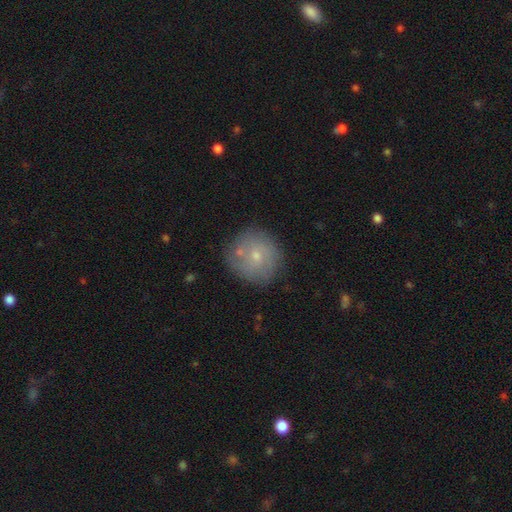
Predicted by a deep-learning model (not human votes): smooth-or-featured: smooth: 55% | featured or disk: 36% | star or artifact: 9%
  how-rounded: round: 93% | in between: 6% | cigar-shaped: 1%
  merging: none: 74% | minor disturbance: 14% | merger: 8% | major disturbance: 4%